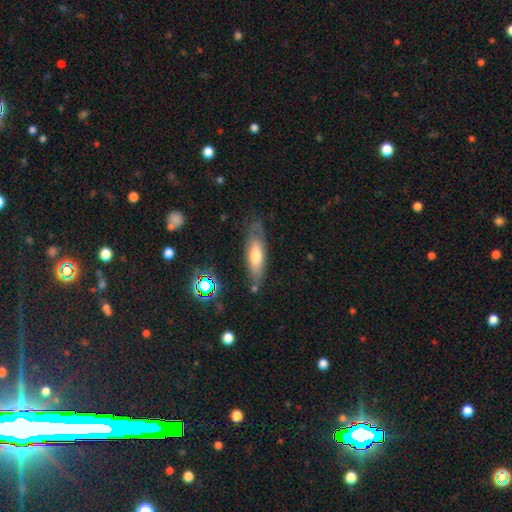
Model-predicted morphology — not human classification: Q: Smooth or featured?
A: smooth (55%); runner-up: featured or disk (37%)
Q: How rounded?
A: in between (54%); runner-up: cigar-shaped (44%)
Q: Merging?
A: none (71%); runner-up: minor disturbance (20%)